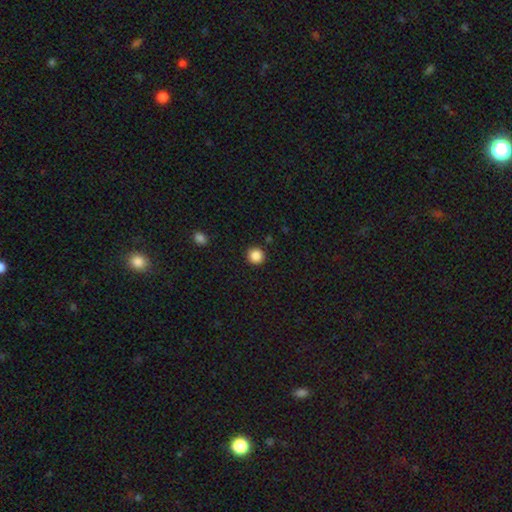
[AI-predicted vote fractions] Smooth or featured? smooth (86%)
How rounded? round (95%)
Merging? none (92%)